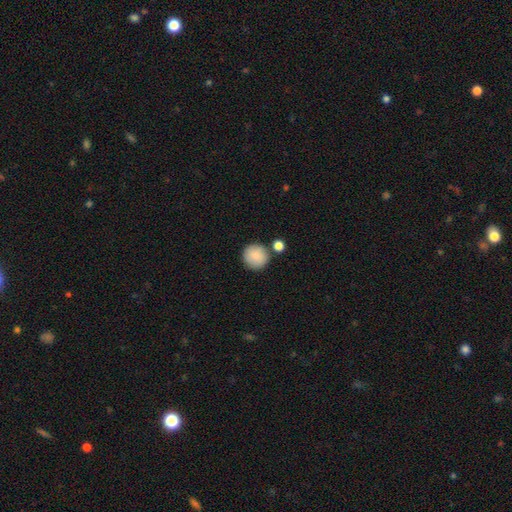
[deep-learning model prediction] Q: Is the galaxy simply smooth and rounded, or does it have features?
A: smooth — 87%.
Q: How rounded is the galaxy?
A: round — 94%.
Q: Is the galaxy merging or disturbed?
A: none — 78%.